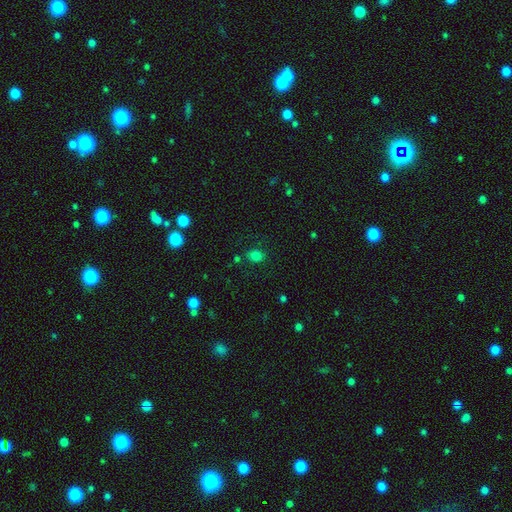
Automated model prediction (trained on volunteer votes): This appears to be a smooth galaxy with no disk features (77%) that is in between round and cigar-shaped (53%). Merging: none (76%).